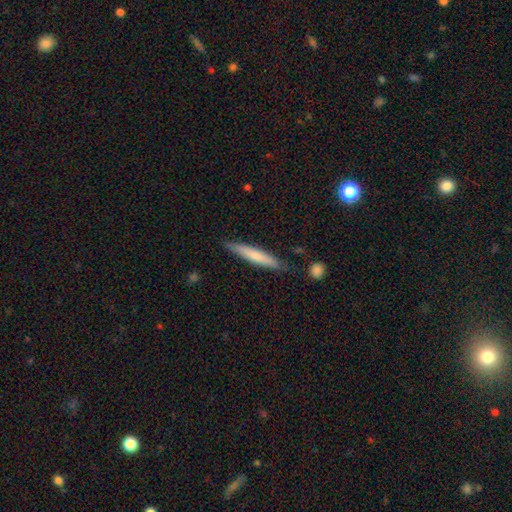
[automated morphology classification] This appears to be a smooth galaxy with no disk features (63%) that is cigar-shaped (93%). Merging: none (84%).